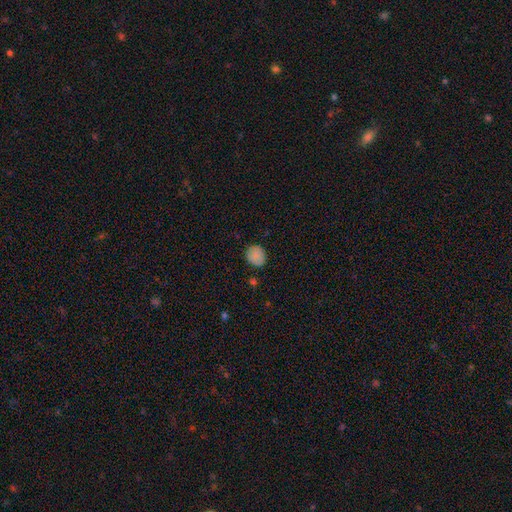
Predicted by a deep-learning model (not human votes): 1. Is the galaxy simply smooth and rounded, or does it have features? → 86% smooth, 10% star or artifact, 4% featured or disk.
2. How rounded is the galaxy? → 68% round, 31% in between, 1% cigar-shaped.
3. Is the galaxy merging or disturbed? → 82% none, 13% minor disturbance, 3% major disturbance, 2% merger.